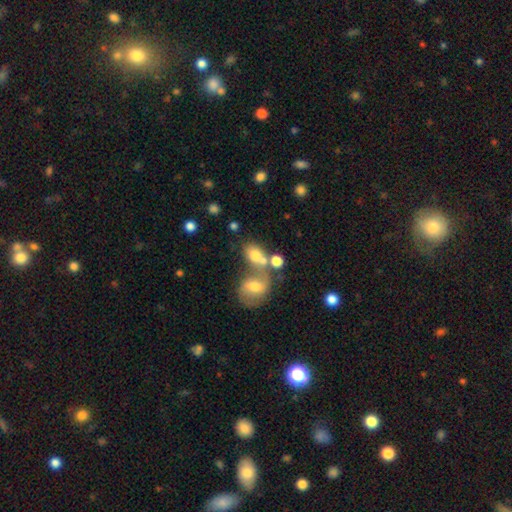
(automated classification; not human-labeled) The model was most divided on "merging": merger: 48%, none: 33%, minor disturbance: 11%, major disturbance: 7%. More confident: smooth or featured — smooth (67%); how rounded — in between (57%).